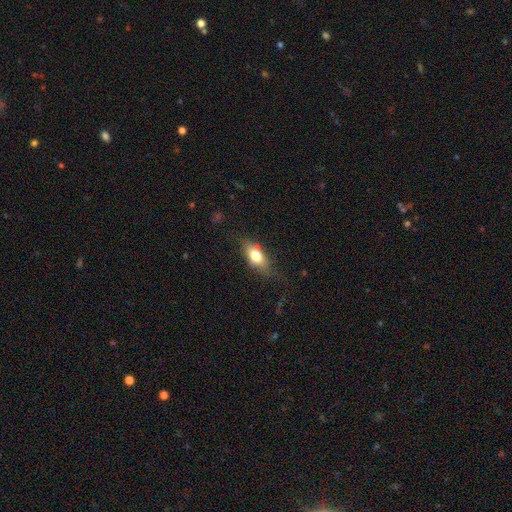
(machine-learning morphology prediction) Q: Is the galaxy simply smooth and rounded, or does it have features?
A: smooth — 70%.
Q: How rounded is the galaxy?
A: in between — 76%.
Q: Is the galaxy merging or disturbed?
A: none — 71%.